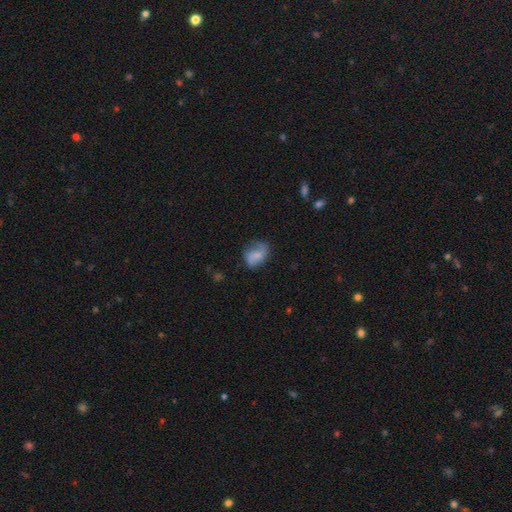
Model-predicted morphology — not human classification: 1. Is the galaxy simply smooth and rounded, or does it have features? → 60% smooth, 31% featured or disk, 9% star or artifact.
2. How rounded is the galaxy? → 74% in between, 25% round, 2% cigar-shaped.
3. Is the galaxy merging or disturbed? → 48% none, 30% minor disturbance, 19% major disturbance, 2% merger.